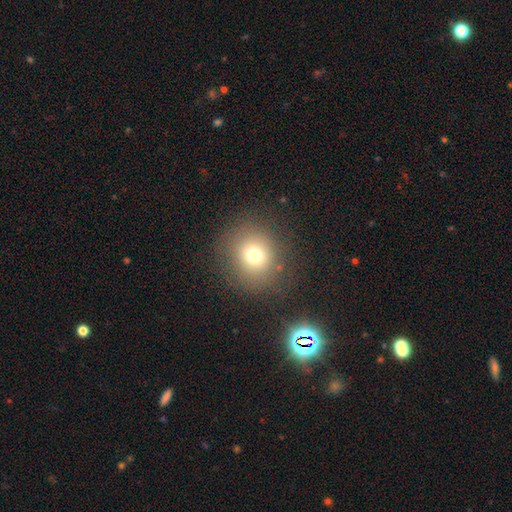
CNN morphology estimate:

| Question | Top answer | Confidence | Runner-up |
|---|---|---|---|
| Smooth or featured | smooth | 71% | star or artifact (17%) |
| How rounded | round | 86% | in between (13%) |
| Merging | none | 82% | minor disturbance (10%) |